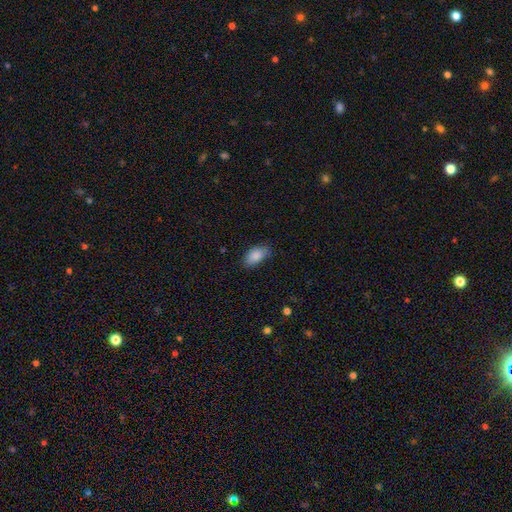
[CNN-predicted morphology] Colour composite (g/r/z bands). It shows a smooth galaxy with no disk features (87%) that is in between round and cigar-shaped (93%). Merging: none (78%).